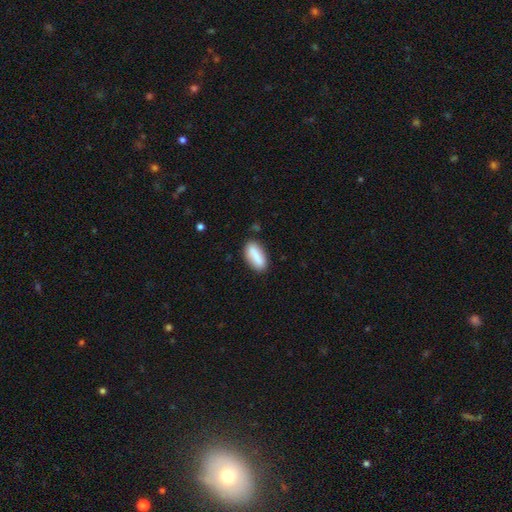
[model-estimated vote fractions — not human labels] Smooth or featured? smooth (83%)
How rounded? in between (74%)
Merging? none (81%)